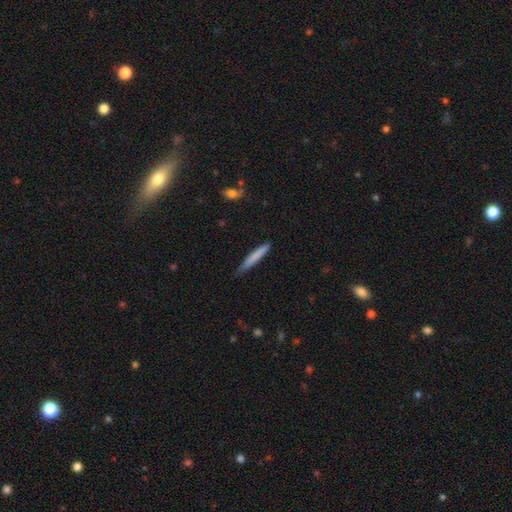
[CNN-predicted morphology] A smooth galaxy with no disk features (77%) that is cigar-shaped (95%).

Vote fractions:
- Smooth or featured? smooth: 77% / featured or disk: 17% / star or artifact: 6%
- How rounded? cigar-shaped: 95% / in between: 4% / round: 1%
- Merging? none: 76% / minor disturbance: 20% / major disturbance: 3% / merger: 2%